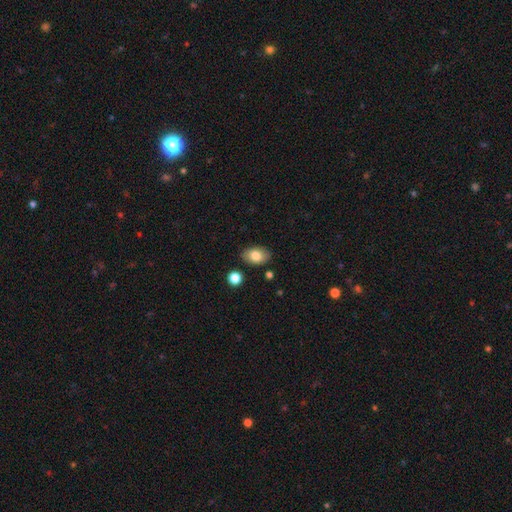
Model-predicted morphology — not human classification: Smooth or featured? Predicted: smooth (p=0.82). How rounded? Predicted: in between (p=0.87). Merging? Predicted: none (p=0.85).